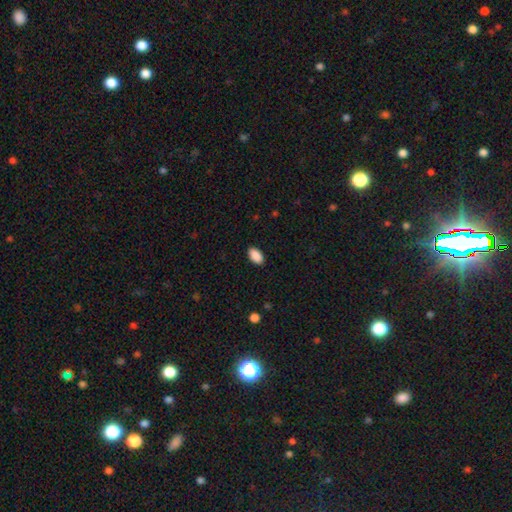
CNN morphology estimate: A smooth galaxy with no disk features (90%) that is in between round and cigar-shaped (94%). Merging: none (89%).